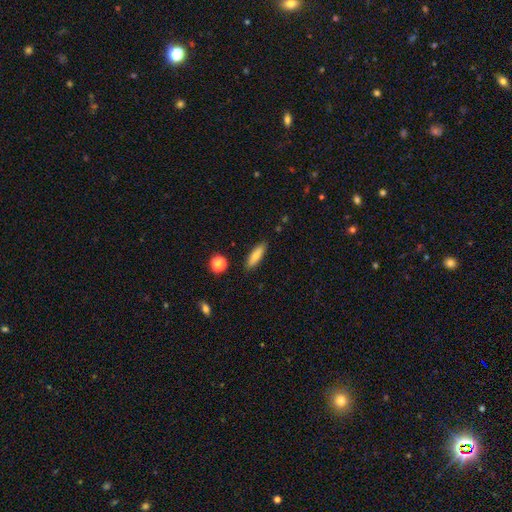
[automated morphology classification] Smooth or featured? smooth (74%)
How rounded? cigar-shaped (61%)
Merging? none (88%)